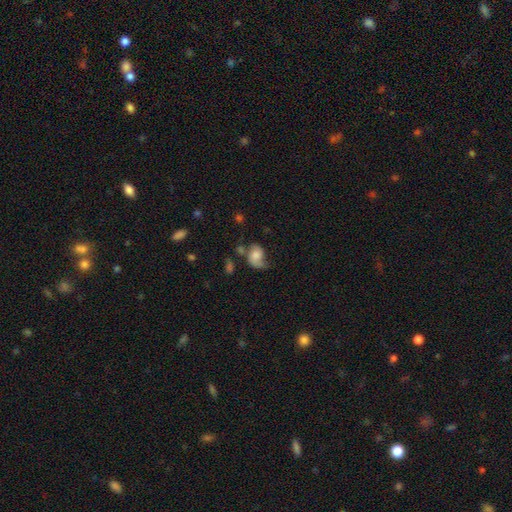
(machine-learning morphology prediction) Smooth or featured: smooth — 60% (featured or disk — 31%)
How rounded: in between — 65% (round — 34%)
Merging: none — 32% (minor disturbance — 30%)